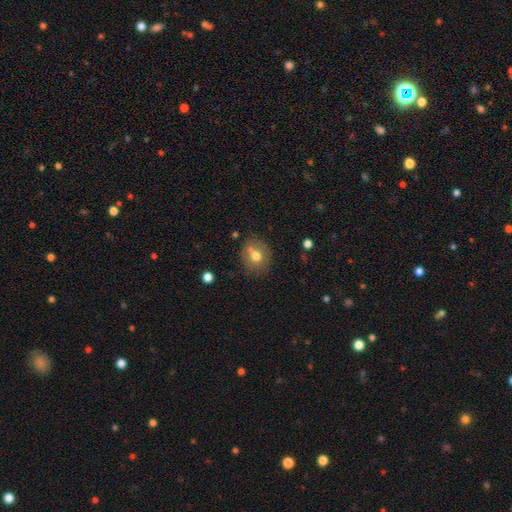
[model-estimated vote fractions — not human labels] Morphology: type=smooth (69%); roundness=round (71%); merging=none (67%).